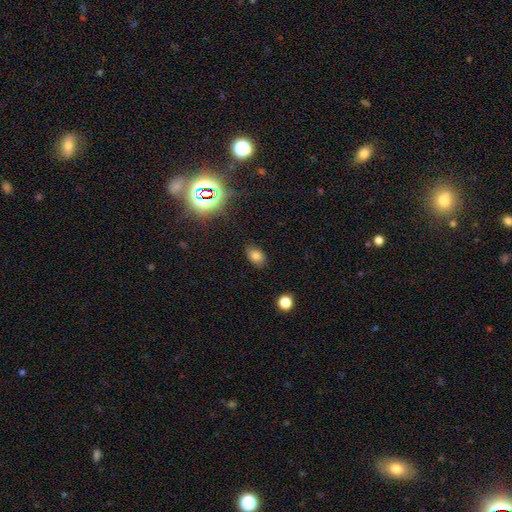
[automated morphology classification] smooth-or-featured: smooth: 77% | star or artifact: 15% | featured or disk: 8%
  how-rounded: in between: 82% | round: 17% | cigar-shaped: 1%
  merging: none: 78% | minor disturbance: 17% | major disturbance: 4% | merger: 2%